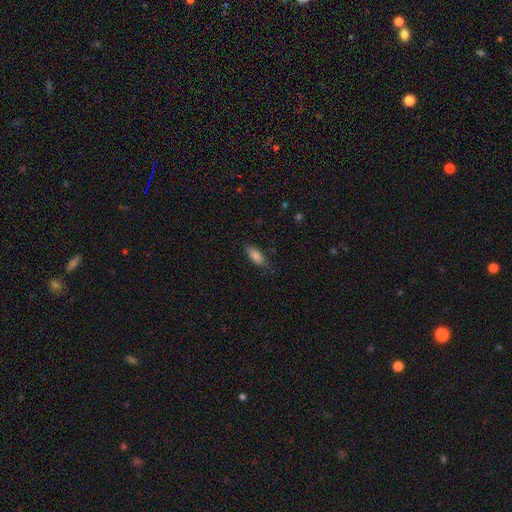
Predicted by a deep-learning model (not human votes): Smooth or featured? smooth (84%)
How rounded? in between (79%)
Merging? none (75%)